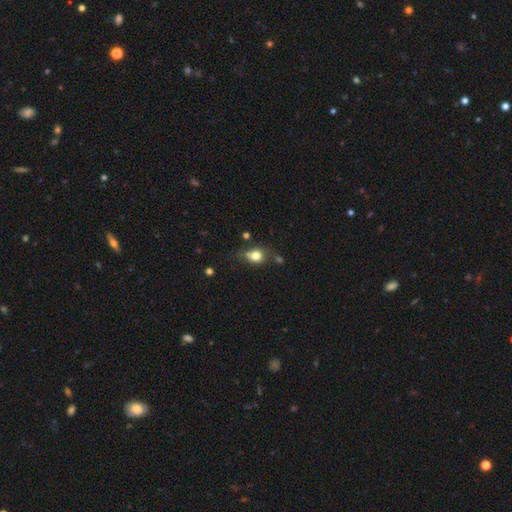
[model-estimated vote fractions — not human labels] Q: Smooth or featured?
A: smooth (75%); runner-up: featured or disk (13%)
Q: How rounded?
A: round (61%); runner-up: in between (37%)
Q: Merging?
A: none (55%); runner-up: minor disturbance (23%)